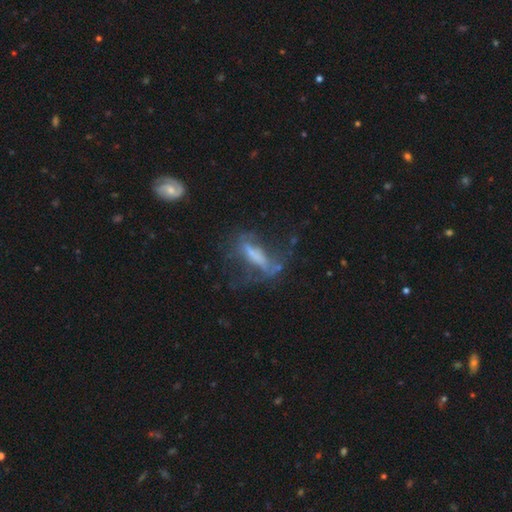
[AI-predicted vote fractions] The model was most divided on "merging": major disturbance: 39%, none: 36%, minor disturbance: 20%, merger: 6%. More confident: edge-on disk — no (73%); smooth or featured — featured or disk (55%).